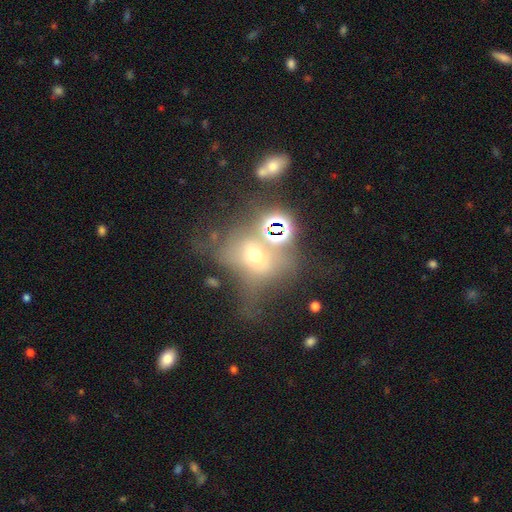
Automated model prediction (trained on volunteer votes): Smooth or featured? Predicted: smooth (p=0.45). Merging? Predicted: major disturbance (p=0.29, tied with none).